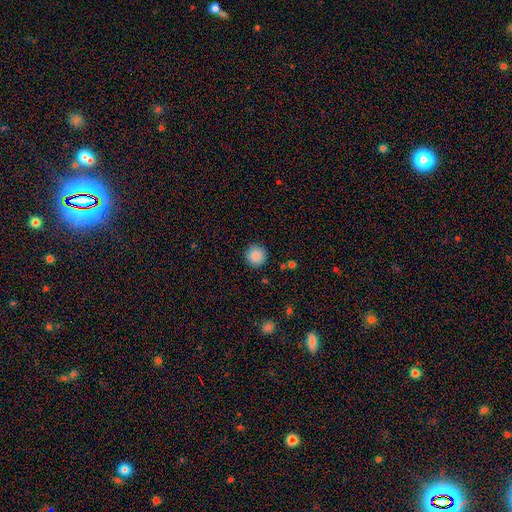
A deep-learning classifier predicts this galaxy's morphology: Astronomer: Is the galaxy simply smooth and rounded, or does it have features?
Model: smooth — 88%.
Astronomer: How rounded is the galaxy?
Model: round — 95%.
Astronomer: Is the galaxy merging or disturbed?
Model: none — 91%.